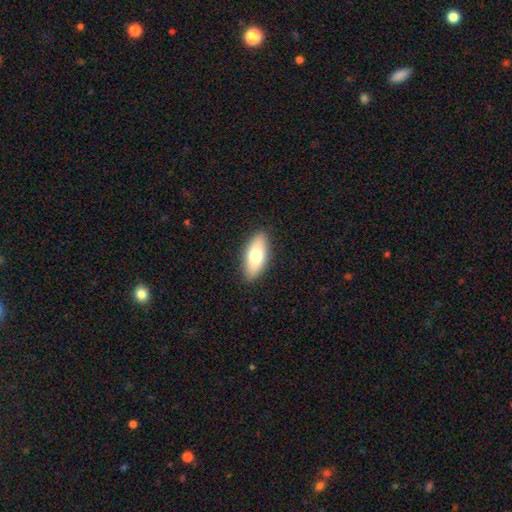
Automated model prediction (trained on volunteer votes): A smooth galaxy with no disk features (74%) that is in between round and cigar-shaped (85%). Merging: none (88%).